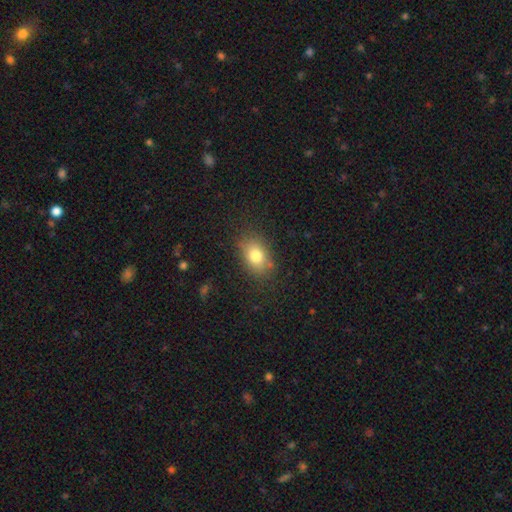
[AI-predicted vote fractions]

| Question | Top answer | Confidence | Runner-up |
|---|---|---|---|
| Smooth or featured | smooth | 79% | featured or disk (11%) |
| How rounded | in between | 76% | round (22%) |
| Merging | none | 80% | minor disturbance (13%) |